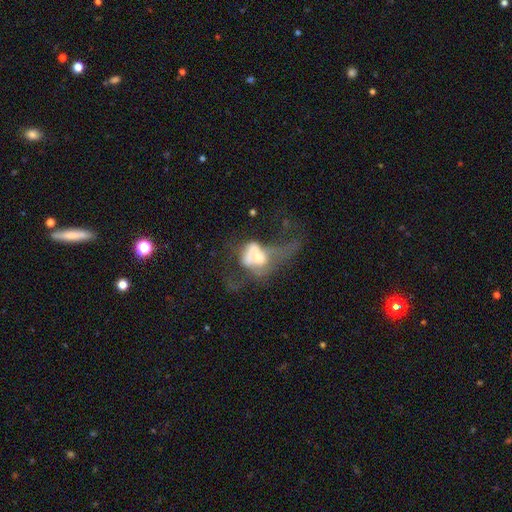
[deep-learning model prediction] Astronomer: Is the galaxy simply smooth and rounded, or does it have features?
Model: featured or disk — 47% (runner-up: smooth, 42%).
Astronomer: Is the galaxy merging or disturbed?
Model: major disturbance — 51% (runner-up: merger, 29%).